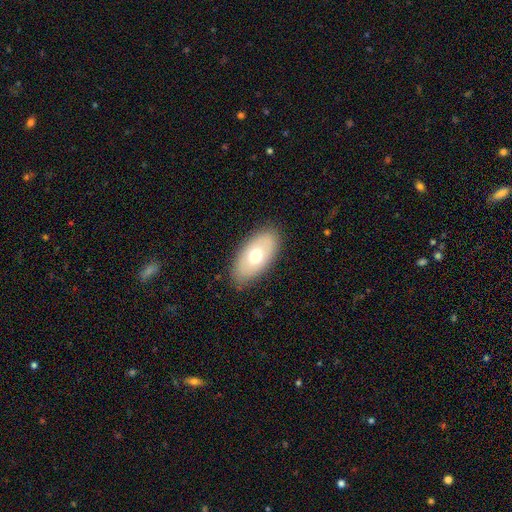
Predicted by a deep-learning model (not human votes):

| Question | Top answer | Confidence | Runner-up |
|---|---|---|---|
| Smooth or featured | smooth | 61% | featured or disk (32%) |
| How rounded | in between | 93% | round (5%) |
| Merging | none | 83% | minor disturbance (12%) |